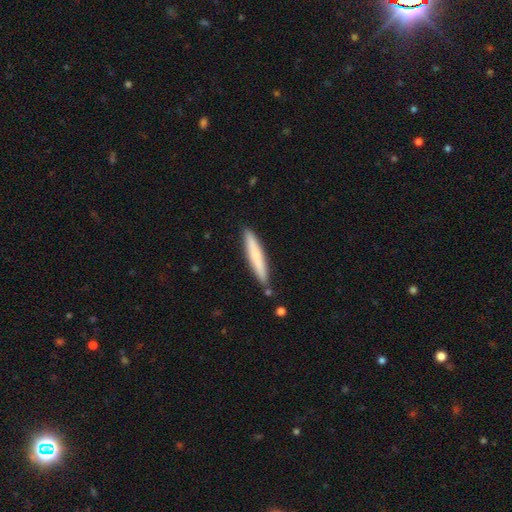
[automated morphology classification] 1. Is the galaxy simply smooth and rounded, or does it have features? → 69% smooth, 25% featured or disk, 6% star or artifact.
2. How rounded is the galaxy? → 94% cigar-shaped, 5% in between, 1% round.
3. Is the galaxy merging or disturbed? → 85% none, 10% minor disturbance, 3% merger, 2% major disturbance.